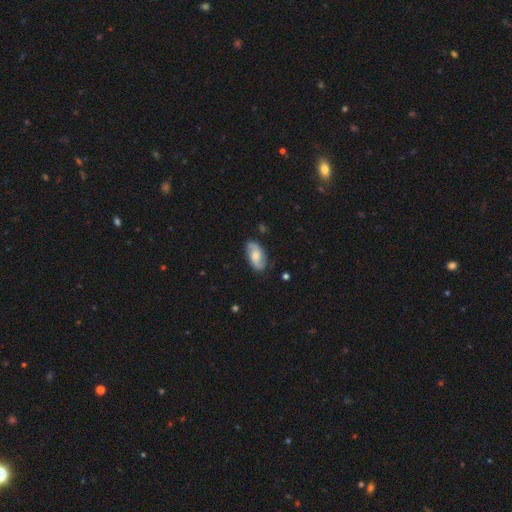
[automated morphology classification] Smooth or featured?
  - featured or disk: 64% *
  - smooth: 30%
  - star or artifact: 6%
Edge-on disk?
  - no: 95% *
  - yes: 5%
Bar?
  - no: 56% *
  - weak: 36%
  - strong: 8%
Spiral arms?
  - yes: 93% *
  - no: 7%
Spiral winding?
  - medium: 42% *
  - loose: 35%
  - tight: 23%
Spiral arm count?
  - 2: 88% *
  - can't tell: 6%
  - 1: 2%
  - 3: 1%
  - 4: 1%
  - more than 4: 1%
Bulge size?
  - moderate: 48% *
  - small: 31%
  - none: 10%
  - large: 9%
  - dominant: 2%
Merging?
  - none: 81% *
  - minor disturbance: 14%
  - major disturbance: 3%
  - merger: 1%